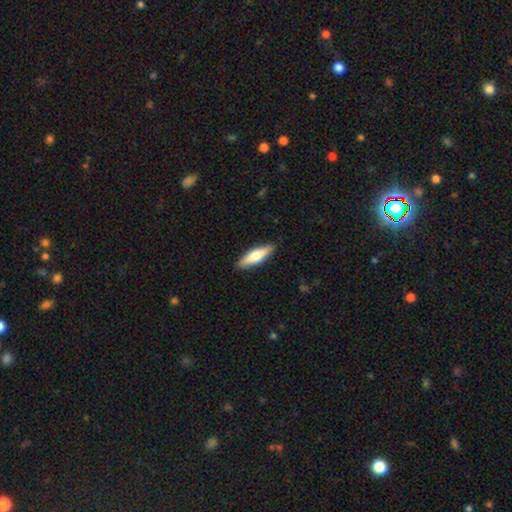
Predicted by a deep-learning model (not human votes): Q: Smooth or featured?
A: smooth (57%); runner-up: featured or disk (38%)
Q: How rounded?
A: cigar-shaped (67%); runner-up: in between (31%)
Q: Merging?
A: none (90%); runner-up: minor disturbance (8%)